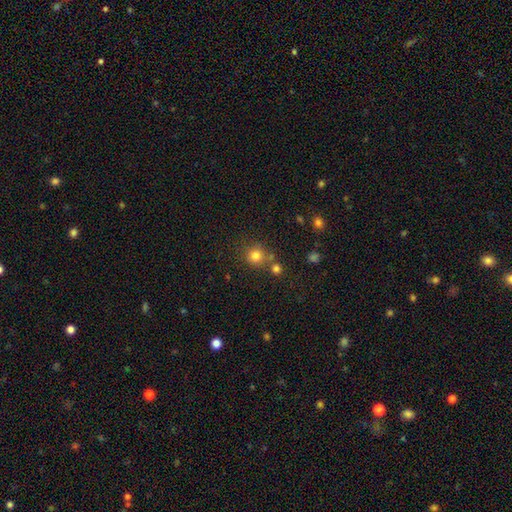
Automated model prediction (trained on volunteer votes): smooth-or-featured: smooth: 80% | star or artifact: 14% | featured or disk: 7%
  how-rounded: round: 91% | in between: 8% | cigar-shaped: 1%
  merging: none: 68% | merger: 19% | minor disturbance: 9% | major disturbance: 4%